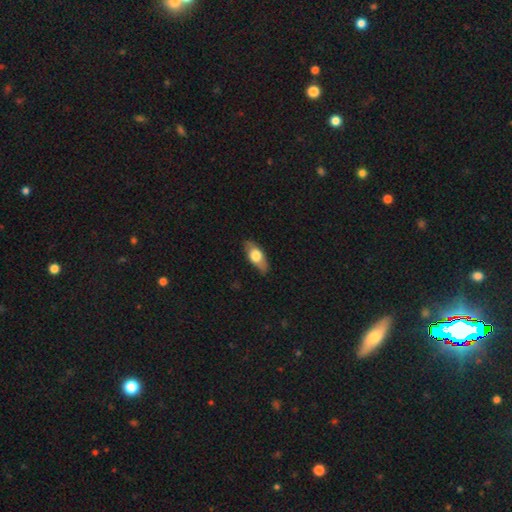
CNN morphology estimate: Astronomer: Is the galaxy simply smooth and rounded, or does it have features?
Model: smooth — 60%.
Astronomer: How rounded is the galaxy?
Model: in between — 79%.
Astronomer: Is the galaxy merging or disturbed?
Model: none — 83%.